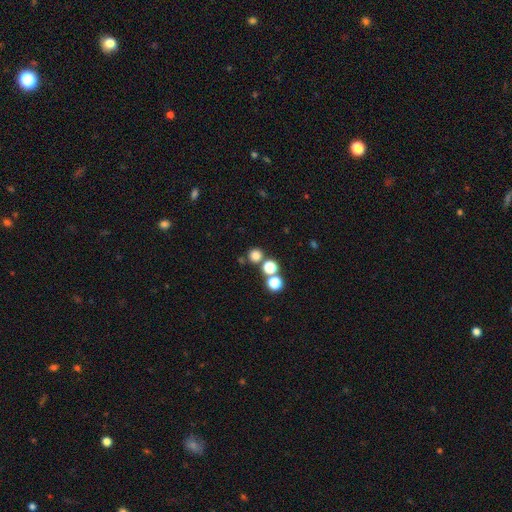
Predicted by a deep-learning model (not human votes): smooth-or-featured: smooth: 75% | star or artifact: 19% | featured or disk: 6%
  how-rounded: round: 92% | in between: 7% | cigar-shaped: 1%
  merging: none: 73% | merger: 17% | minor disturbance: 7% | major disturbance: 3%